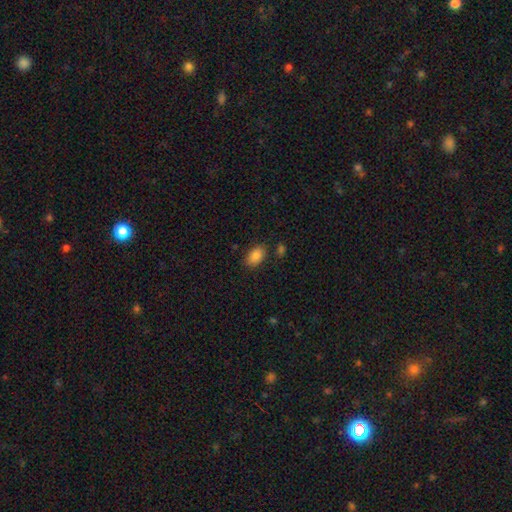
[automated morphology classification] Overall: smooth (87%). How rounded: in between (89%). Merging: none (80%).